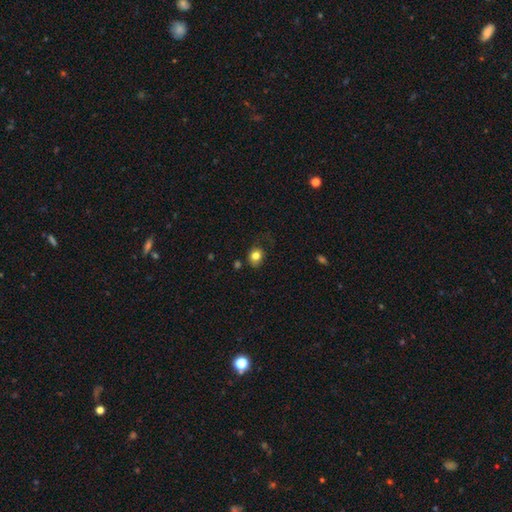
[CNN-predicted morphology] Smooth or featured? smooth (81%)
How rounded? round (59%)
Merging? none (65%)